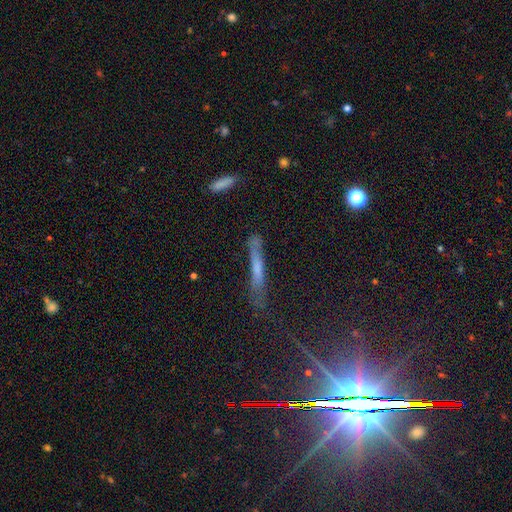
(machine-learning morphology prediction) Smooth or featured? Predicted: smooth (p=0.63). How rounded? Predicted: cigar-shaped (p=0.93). Merging? Predicted: none (p=0.57).